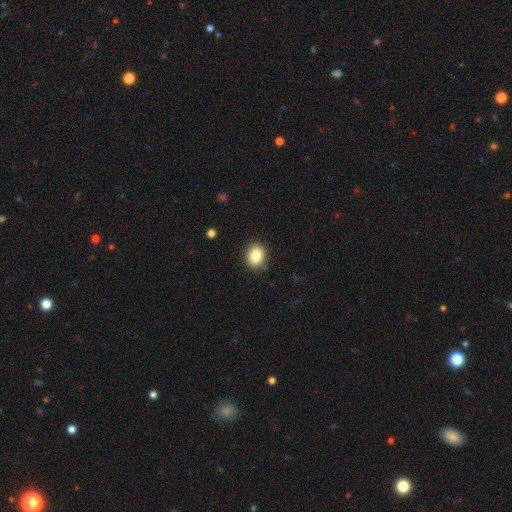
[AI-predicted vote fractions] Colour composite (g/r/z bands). It shows a smooth galaxy with no disk features (84%) that is round (58%). Merging: none (88%).